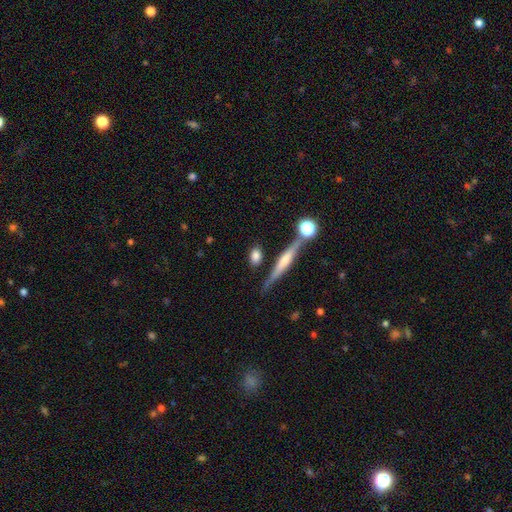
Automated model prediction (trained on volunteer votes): This appears to be a smooth galaxy with no disk features (70%) that is in between round and cigar-shaped (57%). Merging: none (75%).